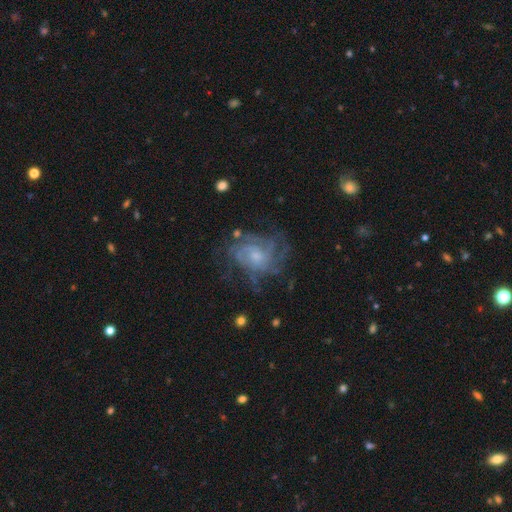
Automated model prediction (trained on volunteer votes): Smooth or featured: featured or disk — 81% (smooth — 11%)
Edge-on disk: no — 98% (yes — 2%)
Bar: no — 71% (weak — 25%)
Spiral arms: yes — 91% (no — 9%)
Spiral winding: tight — 51% (medium — 37%)
Spiral arm count: can't tell — 38% (4 — 22%)
Bulge size: small — 56% (moderate — 36%)
Merging: none — 62% (minor disturbance — 20%)